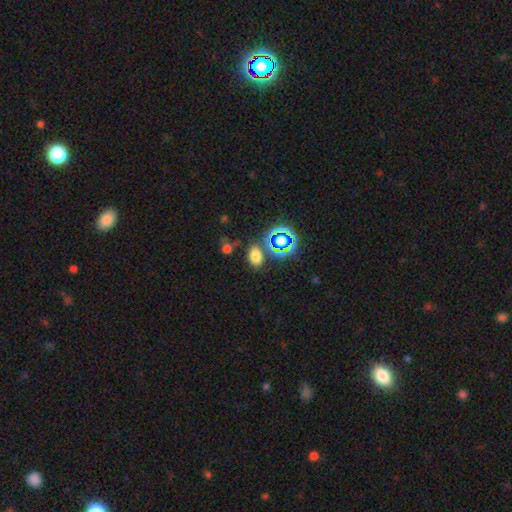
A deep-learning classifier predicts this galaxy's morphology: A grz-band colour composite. It shows a smooth galaxy with no disk features (71%) that is in between round and cigar-shaped (80%). Merging: none (77%).